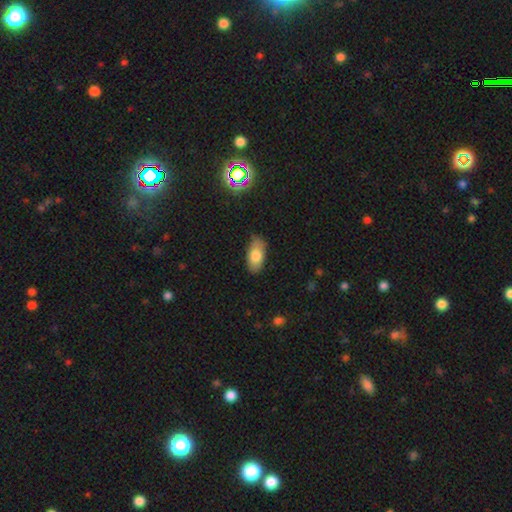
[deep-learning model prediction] Overall: smooth (77%). How rounded: in between (90%). Merging: none (75%).